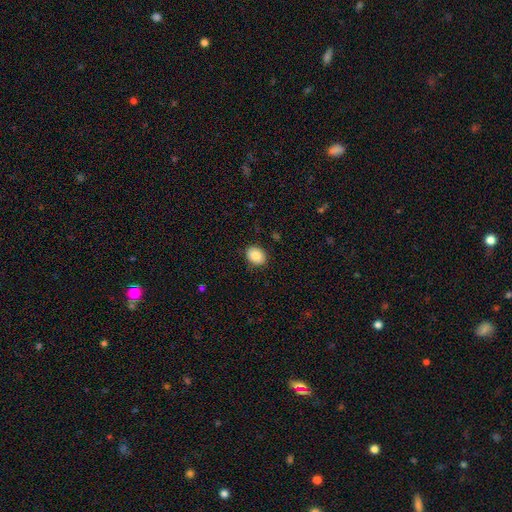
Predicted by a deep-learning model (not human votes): This appears to be a smooth galaxy with no disk features (86%) that is in between round and cigar-shaped (58%). Merging: none (88%).